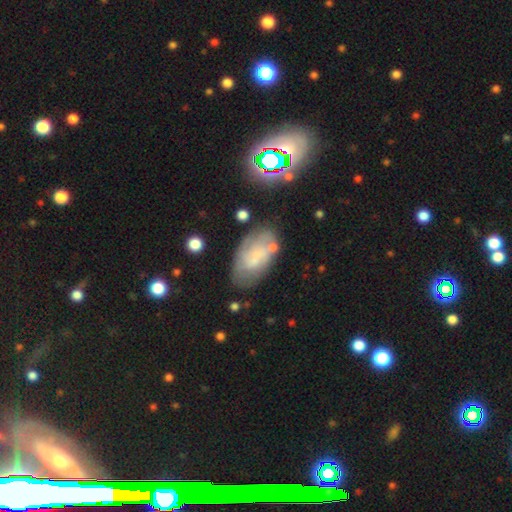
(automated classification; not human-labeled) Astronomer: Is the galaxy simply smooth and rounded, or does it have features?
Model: smooth — 47% (runner-up: featured or disk, 43%).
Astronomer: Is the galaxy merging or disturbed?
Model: none — 58%.